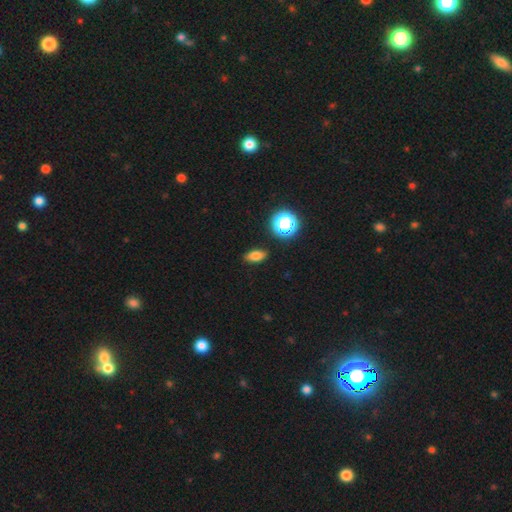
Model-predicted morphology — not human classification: smooth_or_featured: smooth (p=0.78) [alt: star or artifact p=0.14]
how_rounded: in between (p=0.80) [alt: round p=0.12]
merging: none (p=0.88) [alt: minor disturbance p=0.08]